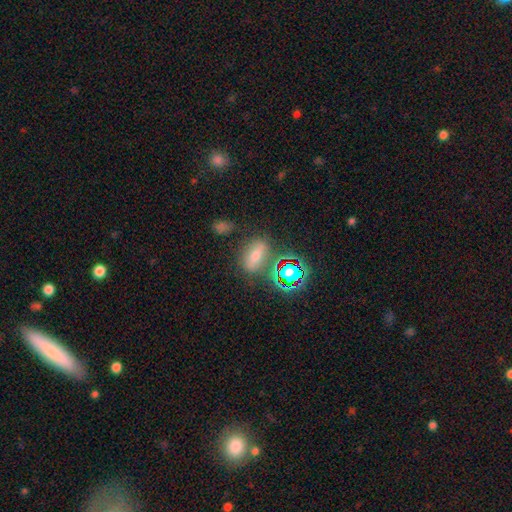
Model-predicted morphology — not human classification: type=smooth (53%); roundness=in between (77%); merging=none (71%).